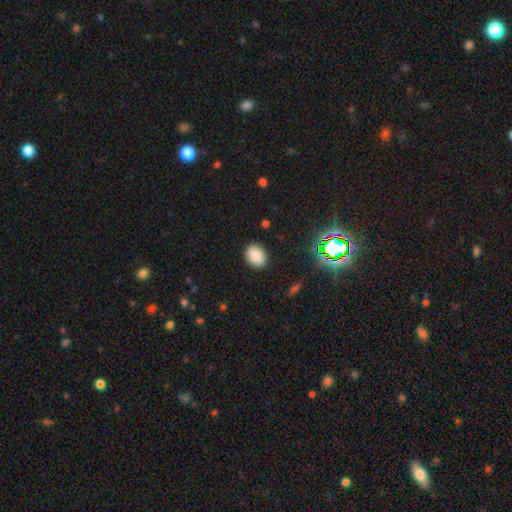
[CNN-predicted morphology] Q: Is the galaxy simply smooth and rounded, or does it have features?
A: smooth — 85%.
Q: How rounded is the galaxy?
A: in between — 65%.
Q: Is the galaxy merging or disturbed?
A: none — 88%.